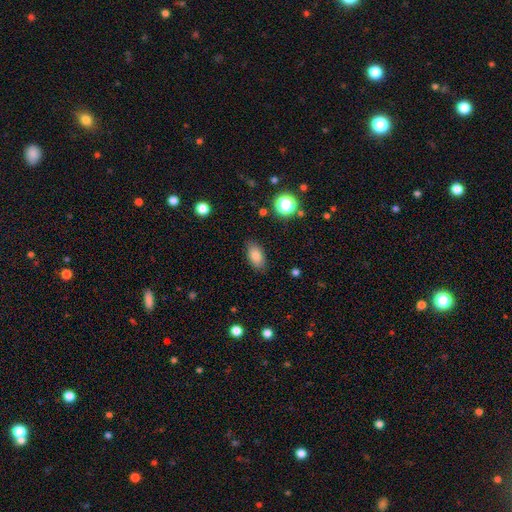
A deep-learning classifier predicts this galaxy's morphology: Smooth or featured?
  - smooth: 83% *
  - star or artifact: 9%
  - featured or disk: 8%
How rounded?
  - in between: 90% *
  - round: 6%
  - cigar-shaped: 4%
Merging?
  - none: 86% *
  - minor disturbance: 11%
  - major disturbance: 3%
  - merger: 1%